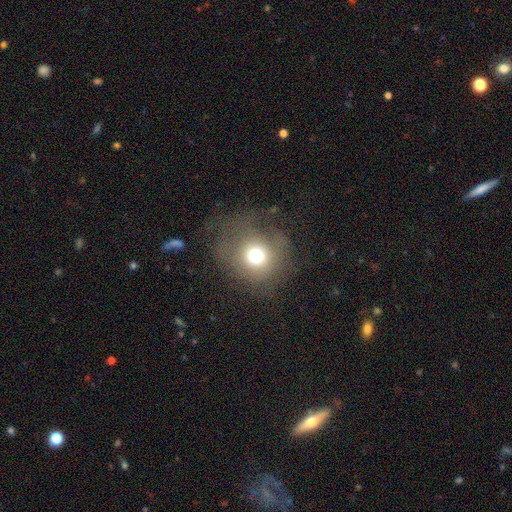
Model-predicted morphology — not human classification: Smooth or featured? smooth (68%)
How rounded? round (87%)
Merging? none (61%)